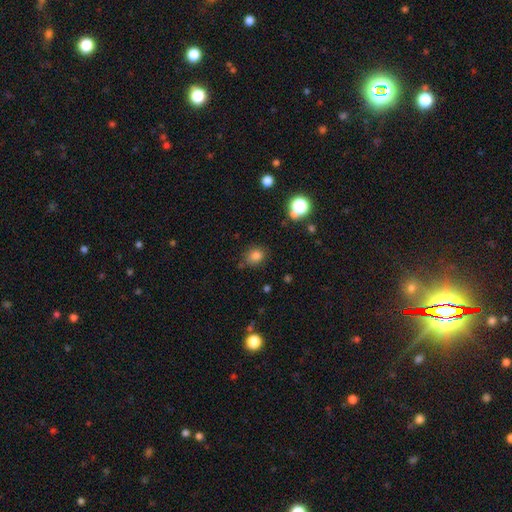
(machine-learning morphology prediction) A smooth galaxy with no disk features (78%) that is round (60%). Merging: none (76%).